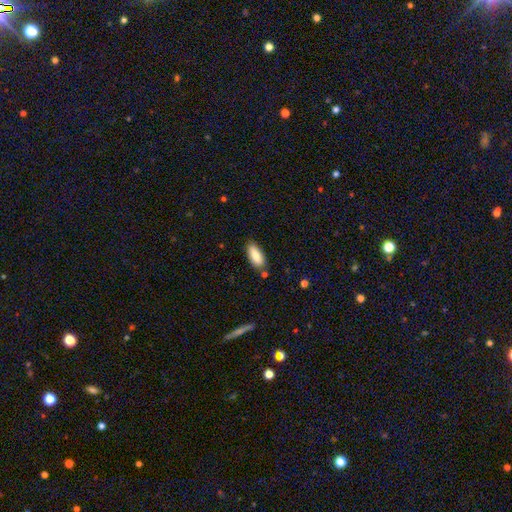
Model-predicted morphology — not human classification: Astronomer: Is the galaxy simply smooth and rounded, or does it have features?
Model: smooth — 84%.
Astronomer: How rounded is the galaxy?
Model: in between — 83%.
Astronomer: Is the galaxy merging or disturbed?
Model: none — 78%.